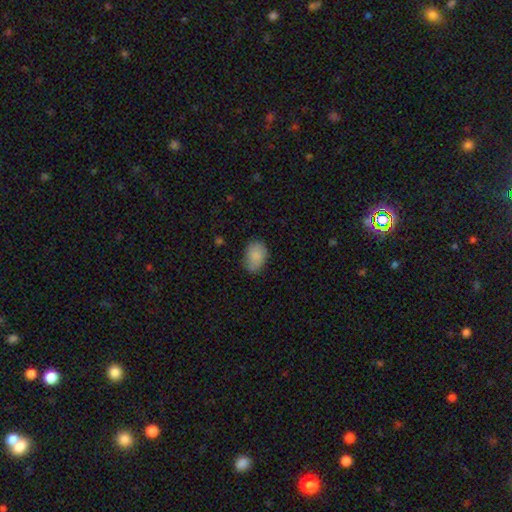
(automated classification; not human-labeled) Smooth or featured?
  - smooth: 87% *
  - star or artifact: 7%
  - featured or disk: 6%
How rounded?
  - in between: 81% *
  - round: 18%
  - cigar-shaped: 1%
Merging?
  - none: 74% *
  - minor disturbance: 21%
  - major disturbance: 4%
  - merger: 1%